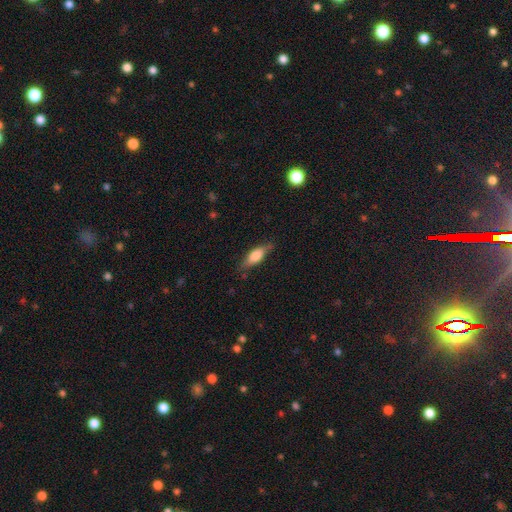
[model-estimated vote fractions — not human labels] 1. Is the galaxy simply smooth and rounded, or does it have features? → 64% smooth, 29% featured or disk, 7% star or artifact.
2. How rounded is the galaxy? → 60% in between, 37% cigar-shaped, 3% round.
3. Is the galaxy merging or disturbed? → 75% none, 18% minor disturbance, 5% major disturbance, 2% merger.